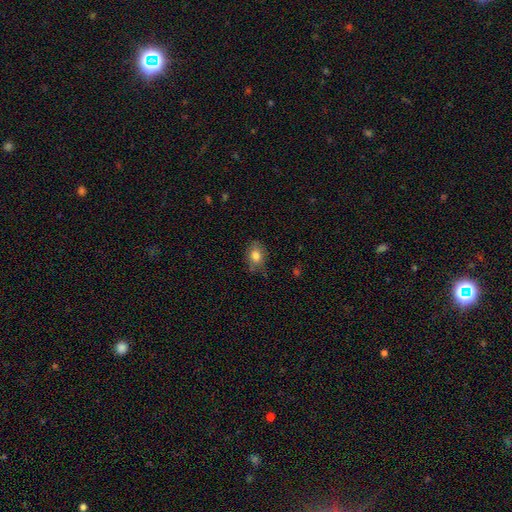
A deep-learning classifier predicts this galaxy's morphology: This appears to be a smooth galaxy with no disk features (80%) that is in between round and cigar-shaped (71%). Merging: none (72%).